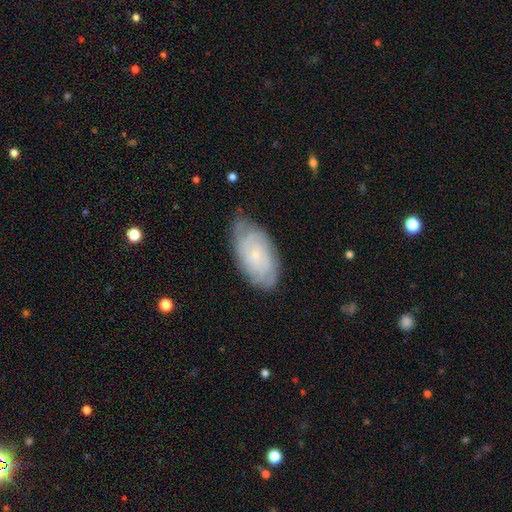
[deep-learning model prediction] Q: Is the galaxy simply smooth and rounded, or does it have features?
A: featured or disk — 66%.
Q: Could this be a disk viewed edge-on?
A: no — 94%.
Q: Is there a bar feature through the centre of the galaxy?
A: no — 78%.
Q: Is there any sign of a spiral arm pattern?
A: yes — 90%.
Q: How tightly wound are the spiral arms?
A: tight — 70%.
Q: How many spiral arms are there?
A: can't tell — 52%.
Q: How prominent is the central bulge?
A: small — 80%.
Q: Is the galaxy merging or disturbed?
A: none — 72%.